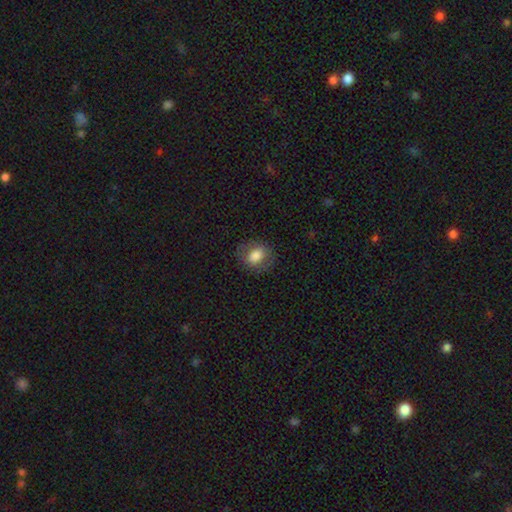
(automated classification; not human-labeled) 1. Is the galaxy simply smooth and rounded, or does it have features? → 77% smooth, 15% featured or disk, 8% star or artifact.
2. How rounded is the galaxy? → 52% in between, 47% round, 1% cigar-shaped.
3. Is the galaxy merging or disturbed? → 81% none, 13% minor disturbance, 6% major disturbance, 1% merger.